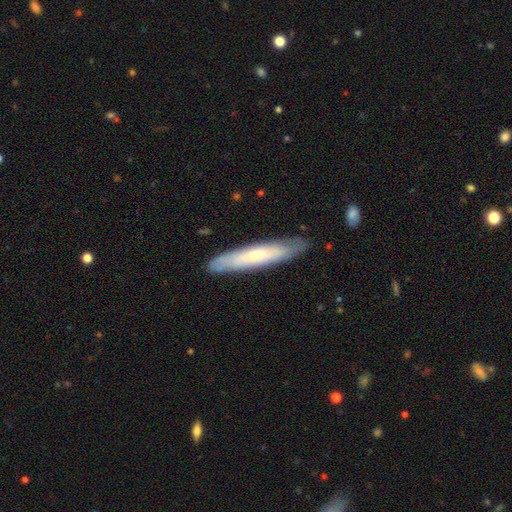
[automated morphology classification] A featured or disk galaxy (48%). Merging: none (85%).